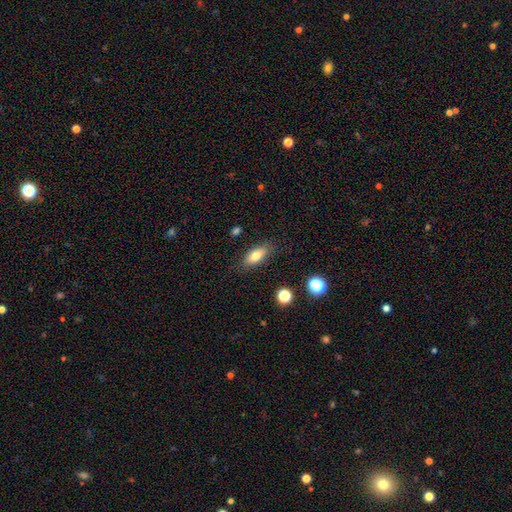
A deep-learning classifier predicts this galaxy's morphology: smooth-or-featured: smooth: 78% | featured or disk: 14% | star or artifact: 8%
  how-rounded: in between: 80% | cigar-shaped: 16% | round: 4%
  merging: none: 84% | minor disturbance: 12% | major disturbance: 3% | merger: 2%